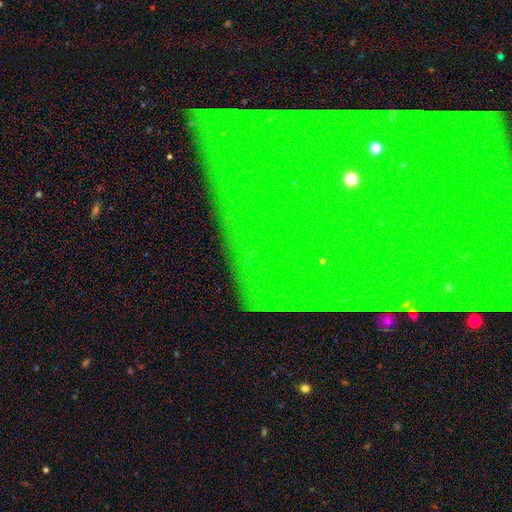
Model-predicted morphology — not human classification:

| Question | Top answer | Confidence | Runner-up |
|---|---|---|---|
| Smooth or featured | star or artifact | 81% | featured or disk (10%) |